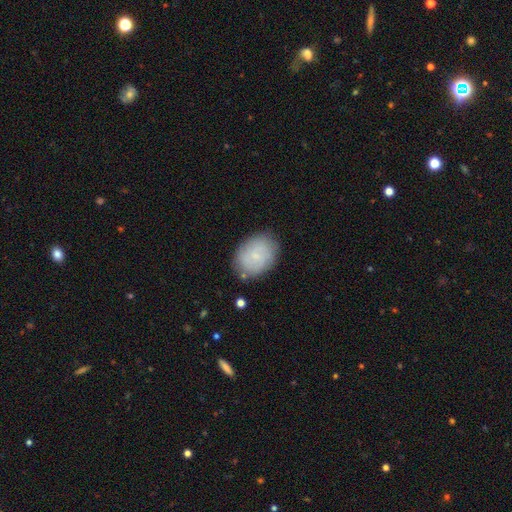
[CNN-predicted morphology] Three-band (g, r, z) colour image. It shows a smooth galaxy with no disk features (64%) that is in between round and cigar-shaped (66%). Merging: none (79%).